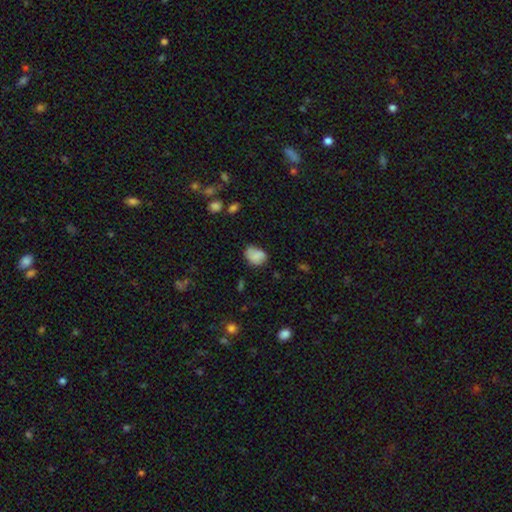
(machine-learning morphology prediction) The model was most divided on "merging": none: 54%, minor disturbance: 32%, major disturbance: 9%, merger: 5%. More confident: smooth or featured — smooth (76%); how rounded — in between (62%).